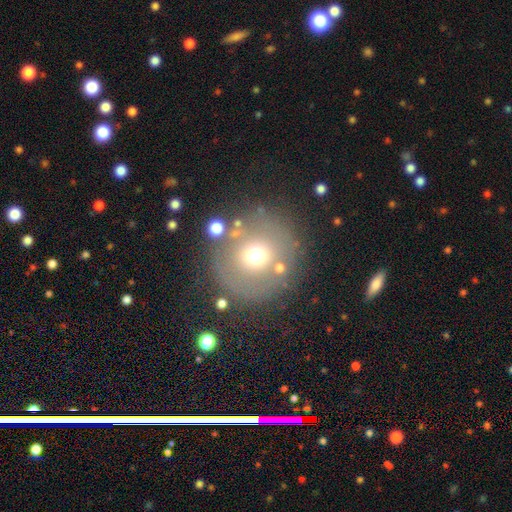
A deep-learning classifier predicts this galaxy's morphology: The model was most divided on "smooth or featured": smooth: 61%, featured or disk: 22%, star or artifact: 17%. More confident: how rounded — round (91%); merging — none (77%).